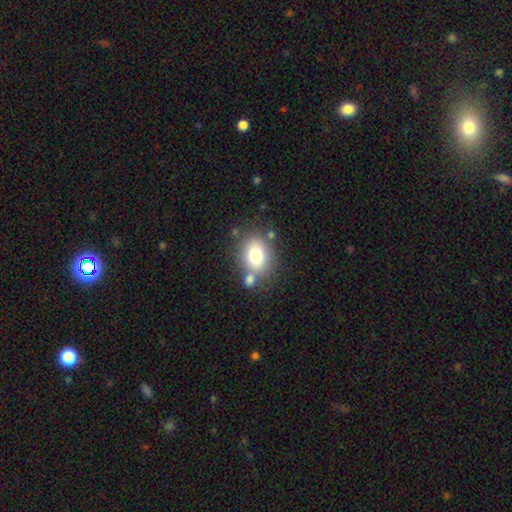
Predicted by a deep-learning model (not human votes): A smooth galaxy with no disk features (75%) that is in between round and cigar-shaped (59%).

Vote fractions:
- Smooth or featured? smooth: 75% / featured or disk: 14% / star or artifact: 10%
- How rounded? in between: 59% / round: 40% / cigar-shaped: 1%
- Merging? none: 64% / merger: 17% / minor disturbance: 14% / major disturbance: 5%